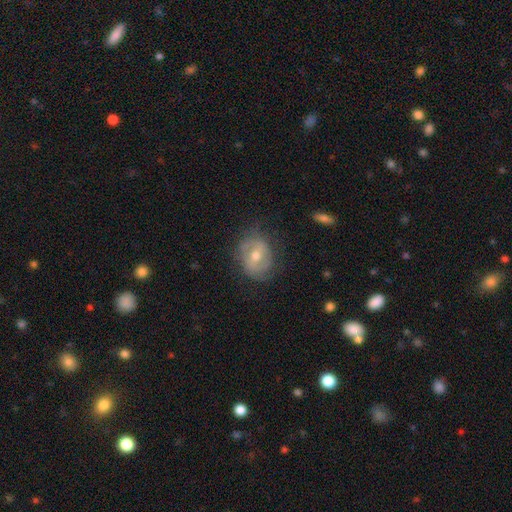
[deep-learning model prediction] Smooth or featured? featured or disk (60%)
Edge-on disk? no (95%)
Bar? weak (47%)
Spiral arms? yes (65%)
Bulge size? moderate (65%)
Merging? none (71%)